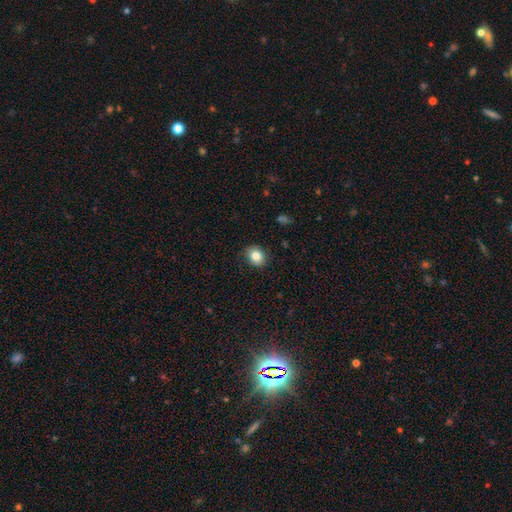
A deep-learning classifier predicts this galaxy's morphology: smooth-or-featured: smooth: 84% | star or artifact: 9% | featured or disk: 7%
  how-rounded: round: 54% | in between: 45% | cigar-shaped: 1%
  merging: none: 87% | minor disturbance: 10% | major disturbance: 2% | merger: 1%